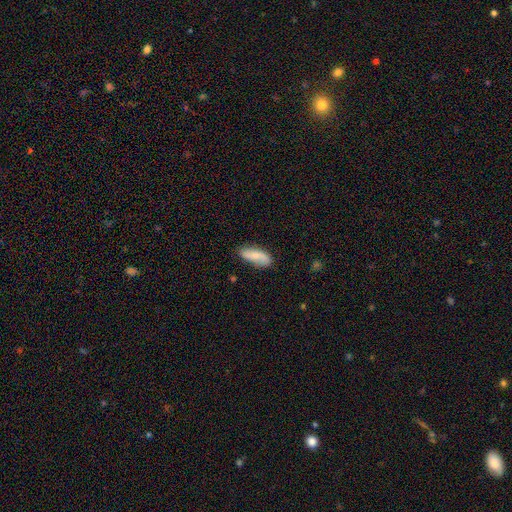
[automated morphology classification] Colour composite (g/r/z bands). It shows a smooth galaxy with no disk features (61%) that is in between round and cigar-shaped (74%). Merging: none (70%).